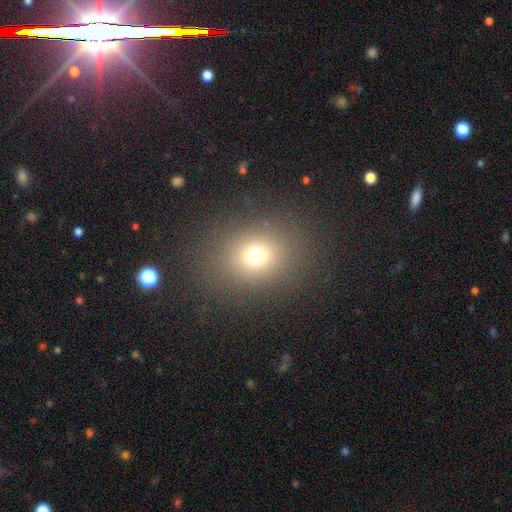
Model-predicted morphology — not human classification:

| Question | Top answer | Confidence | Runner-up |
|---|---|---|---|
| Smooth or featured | smooth | 71% | star or artifact (19%) |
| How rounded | round | 59% | in between (40%) |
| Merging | none | 85% | minor disturbance (8%) |